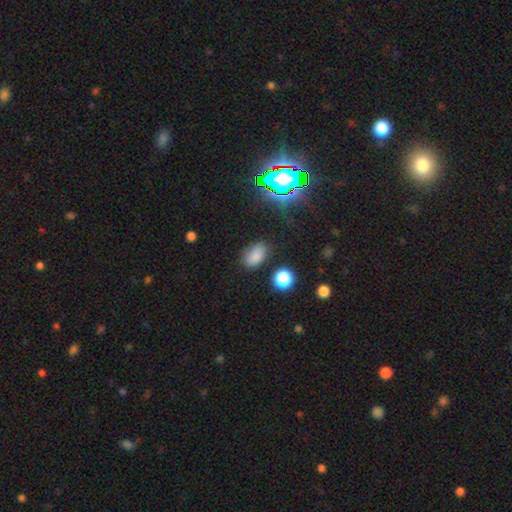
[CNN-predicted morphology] A smooth galaxy with no disk features (77%) that is in between round and cigar-shaped (85%).

Vote fractions:
- Smooth or featured? smooth: 77% / star or artifact: 17% / featured or disk: 6%
- How rounded? in between: 85% / round: 13% / cigar-shaped: 2%
- Merging? none: 74% / minor disturbance: 17% / major disturbance: 5% / merger: 3%